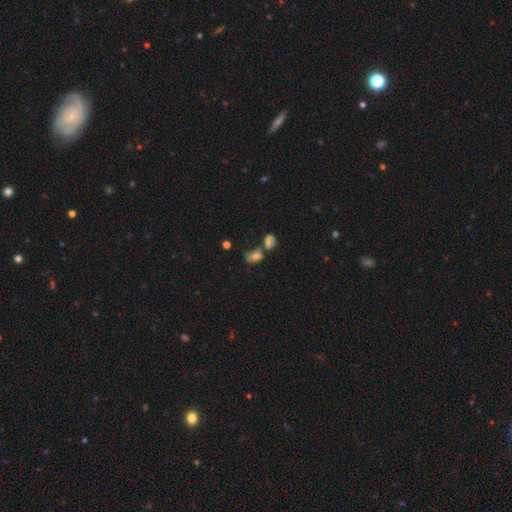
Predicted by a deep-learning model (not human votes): smooth_or_featured: smooth (p=0.58) [alt: featured or disk p=0.23]
how_rounded: in between (p=0.66) [alt: round p=0.32]
merging: merger (p=0.46) [alt: none p=0.28]